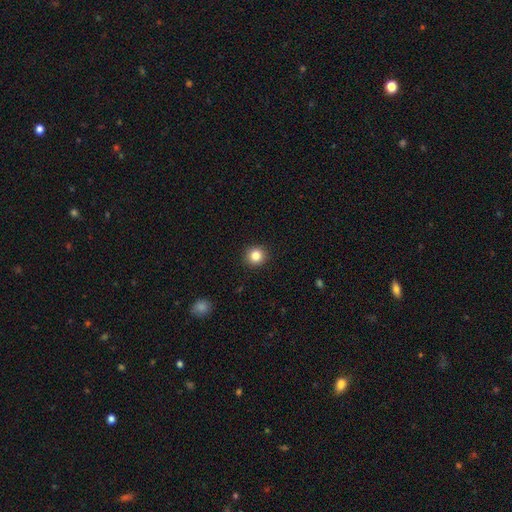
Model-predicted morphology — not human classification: smooth-or-featured: smooth: 84% | star or artifact: 11% | featured or disk: 5%
  how-rounded: round: 93% | in between: 6% | cigar-shaped: 1%
  merging: none: 93% | minor disturbance: 5% | major disturbance: 2% | merger: 1%